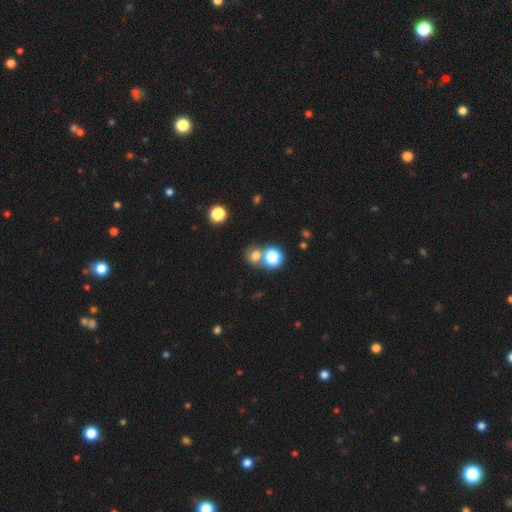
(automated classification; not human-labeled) The model was most divided on "merging": none: 55%, merger: 32%, minor disturbance: 9%, major disturbance: 4%. More confident: how rounded — round (74%); smooth or featured — smooth (69%).